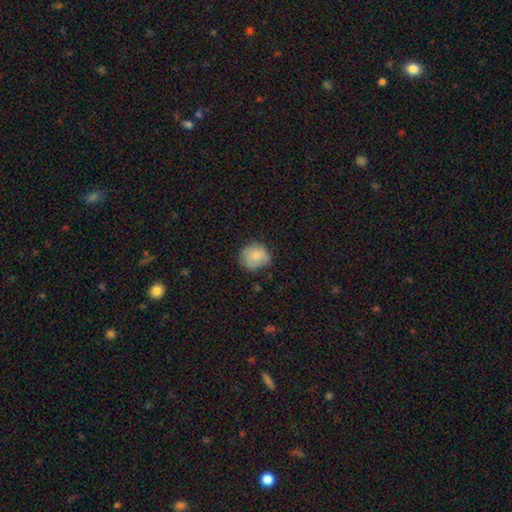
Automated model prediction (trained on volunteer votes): Smooth or featured? Predicted: smooth (p=0.76). How rounded? Predicted: round (p=0.84). Merging? Predicted: none (p=0.68).